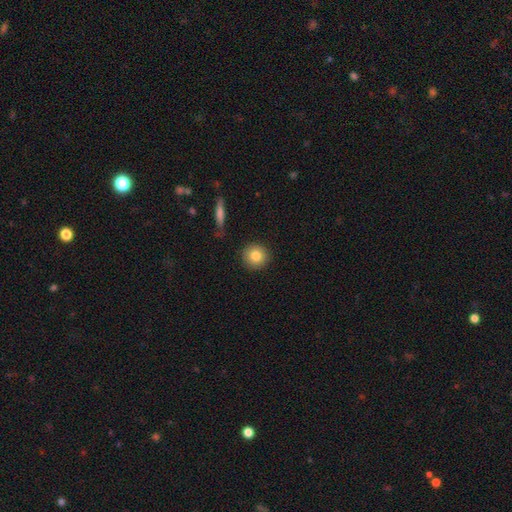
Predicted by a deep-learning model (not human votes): Morphology: type=smooth (83%); roundness=round (93%); merging=none (90%).